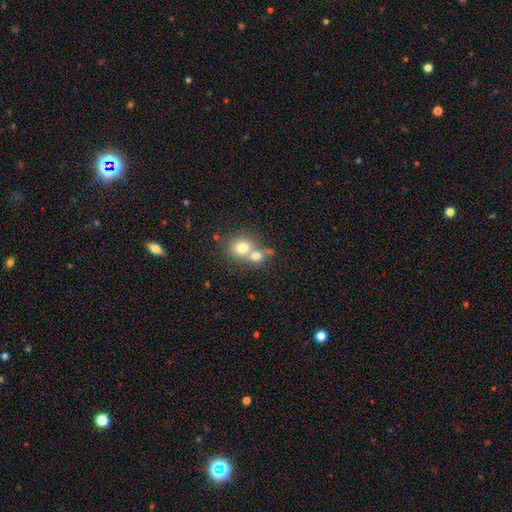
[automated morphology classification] Smooth or featured? Predicted: smooth (p=0.73). How rounded? Predicted: round (p=0.72). Merging? Predicted: merger (p=0.61).